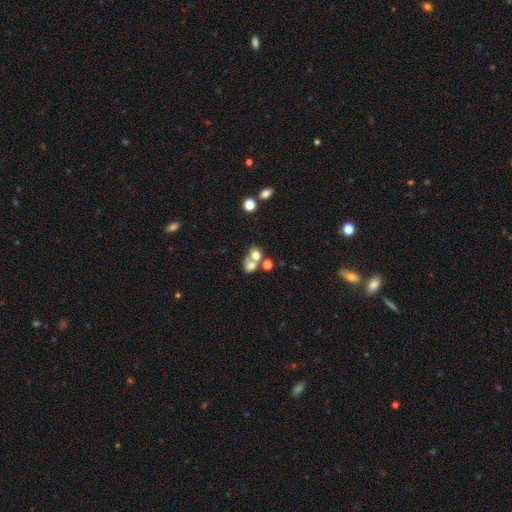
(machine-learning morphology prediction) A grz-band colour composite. It shows a smooth galaxy with no disk features (66%) that is round (61%). Merging: merger (61%).